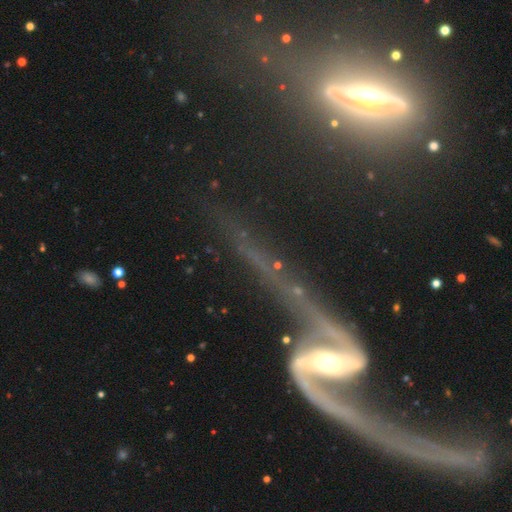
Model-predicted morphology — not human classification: This is clearly a featured or disk galaxy (81%). It is likely not viewed edge-on (78%). Bar: marginally strong (43%). Spiral arm pattern: clearly yes (88%). Spiral arm count: clearly 2 (87%). Spiral winding: likely loose (66%). Central bulge: marginally moderate (44%). Merging: marginally none (37%).